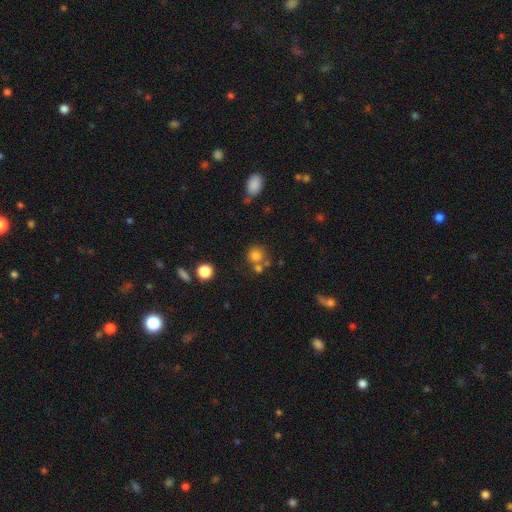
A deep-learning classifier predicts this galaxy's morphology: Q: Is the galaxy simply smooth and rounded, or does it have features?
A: smooth — 76%.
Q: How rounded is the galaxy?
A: round — 88%.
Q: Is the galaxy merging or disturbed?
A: none — 59%.